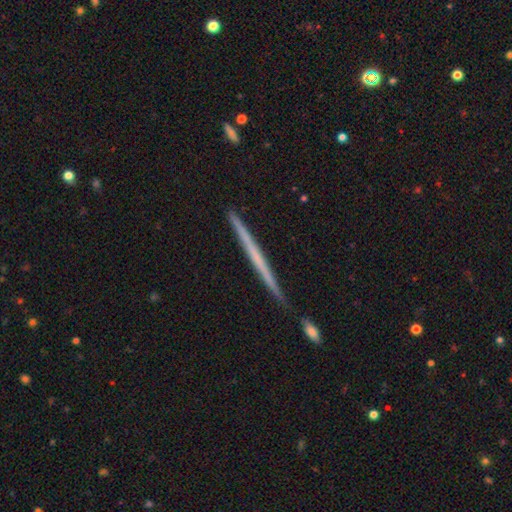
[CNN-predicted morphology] A featured or disk galaxy (56%) viewed edge-on (97%) with no central bulge (90%).

Vote fractions:
- Smooth or featured? featured or disk: 56% / smooth: 37% / star or artifact: 7%
- Edge-on disk? yes: 97% / no: 3%
- Edge-on bulge? none: 90% / rounded: 7% / boxy: 3%
- Merging? none: 87% / minor disturbance: 9% / merger: 3% / major disturbance: 2%